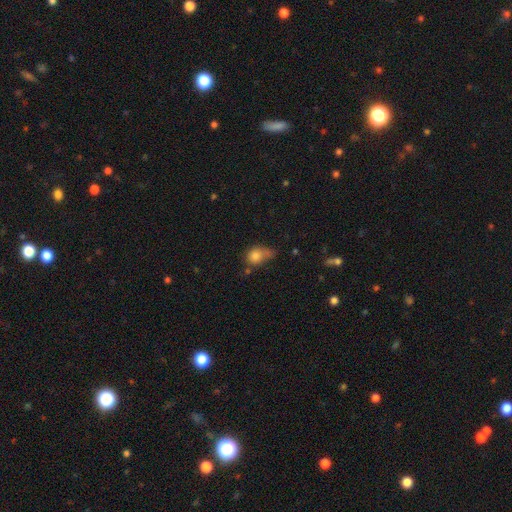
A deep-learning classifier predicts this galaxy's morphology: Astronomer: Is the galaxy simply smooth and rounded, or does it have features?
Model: smooth — 80%.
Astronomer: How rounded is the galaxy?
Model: round — 52% (runner-up: in between, 46%).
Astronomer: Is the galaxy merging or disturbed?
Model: minor disturbance — 31%, tied with none at 31%.